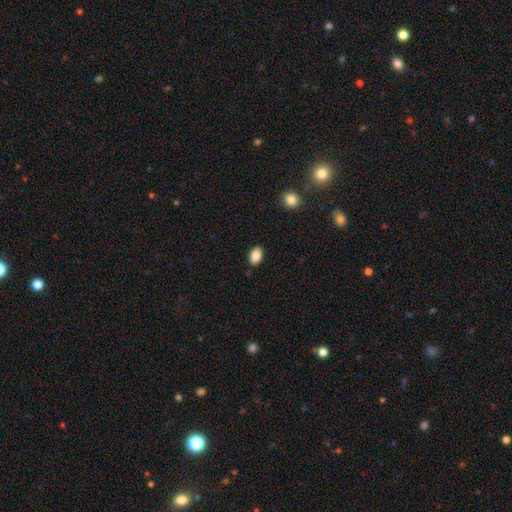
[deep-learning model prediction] smooth 87%, star or artifact 8%, featured or disk 5%. Down the decision tree: how rounded — in between (91%); merging — none (87%).